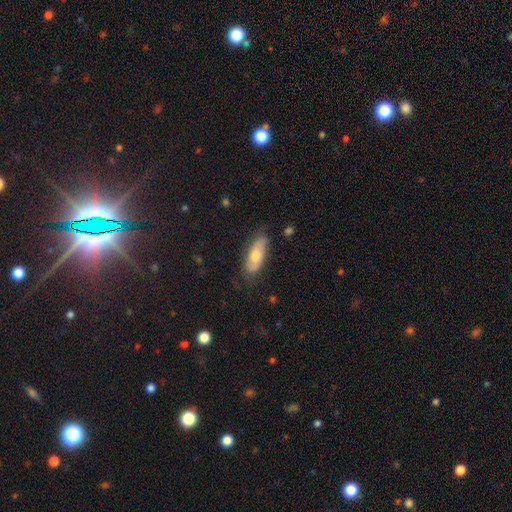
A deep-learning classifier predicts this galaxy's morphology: Smooth or featured? smooth (57%)
How rounded? in between (70%)
Merging? none (75%)